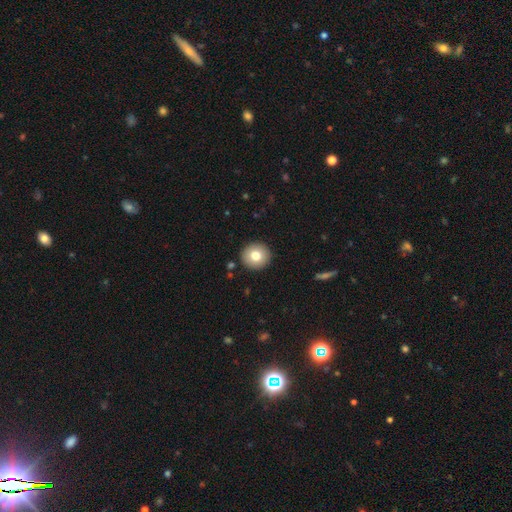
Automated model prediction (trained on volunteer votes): Smooth or featured: smooth — 78% (featured or disk — 13%)
How rounded: round — 92% (in between — 7%)
Merging: none — 92% (minor disturbance — 5%)